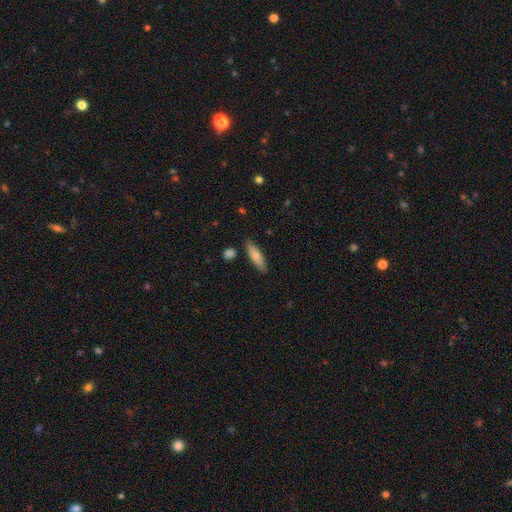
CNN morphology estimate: Overall: smooth (73%). How rounded: cigar-shaped (57%; in between 41%). Merging: none (83%).